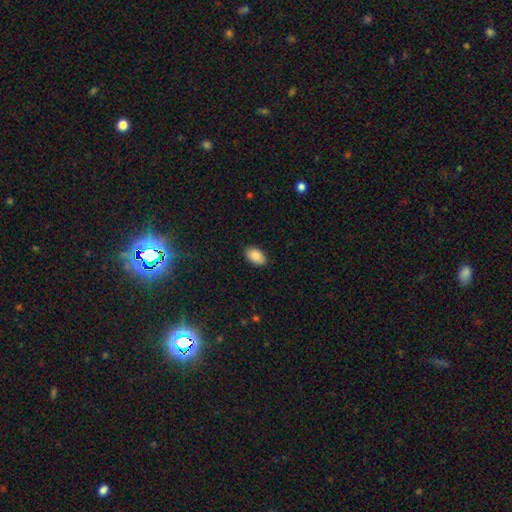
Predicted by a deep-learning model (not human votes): Smooth or featured?
  - smooth: 89% *
  - star or artifact: 7%
  - featured or disk: 4%
How rounded?
  - in between: 93% *
  - round: 6%
  - cigar-shaped: 1%
Merging?
  - none: 87% *
  - minor disturbance: 10%
  - major disturbance: 2%
  - merger: 1%